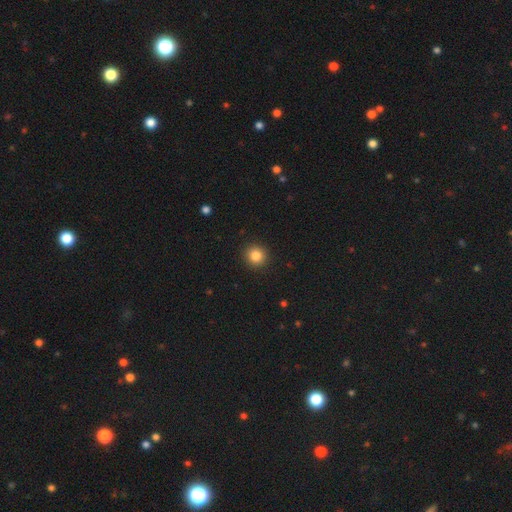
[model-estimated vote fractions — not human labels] The model was most divided on "smooth or featured": smooth: 84%, star or artifact: 11%, featured or disk: 5%. More confident: how rounded — round (93%); merging — none (92%).